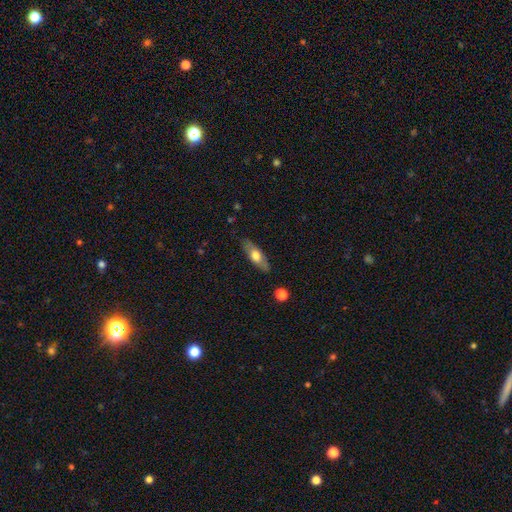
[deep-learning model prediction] smooth-or-featured: smooth: 57% | featured or disk: 37% | star or artifact: 6%
  how-rounded: in between: 62% | cigar-shaped: 35% | round: 3%
  merging: none: 83% | minor disturbance: 13% | major disturbance: 3% | merger: 2%